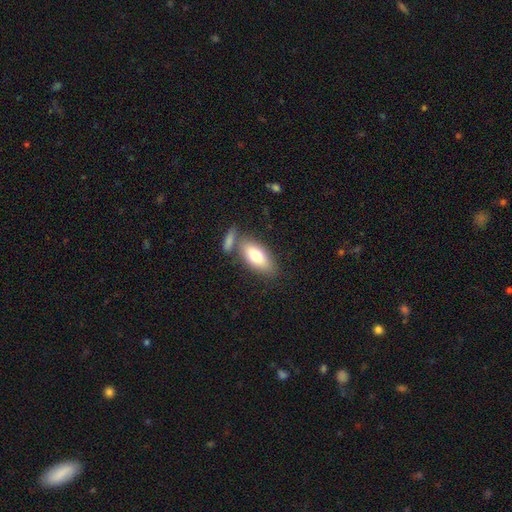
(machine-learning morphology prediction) Smooth or featured? smooth (74%)
How rounded? in between (85%)
Merging? none (62%)